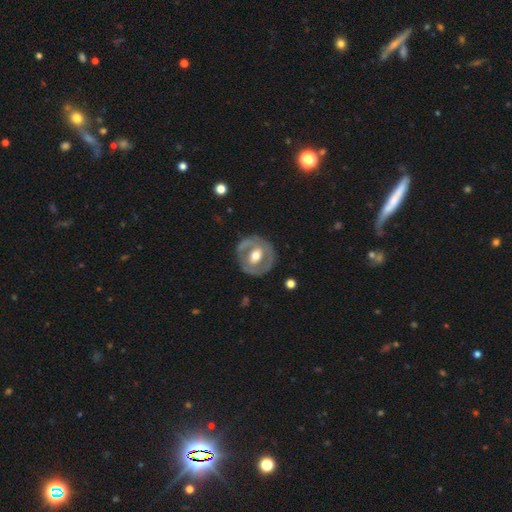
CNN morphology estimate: A featured or disk galaxy (68%) with no bar (41%), no spiral arms (63%) and a moderate central bulge (74%).

Vote fractions:
- Smooth or featured? featured or disk: 68% / smooth: 27% / star or artifact: 5%
- Edge-on disk? no: 95% / yes: 5%
- Bar? no: 41% / weak: 37% / strong: 22%
- Spiral arms? no: 63% / yes: 37%
- Bulge size? moderate: 74% / large: 15% / small: 9% / dominant: 1% / none: 1%
- Merging? none: 78% / minor disturbance: 14% / major disturbance: 6% / merger: 2%